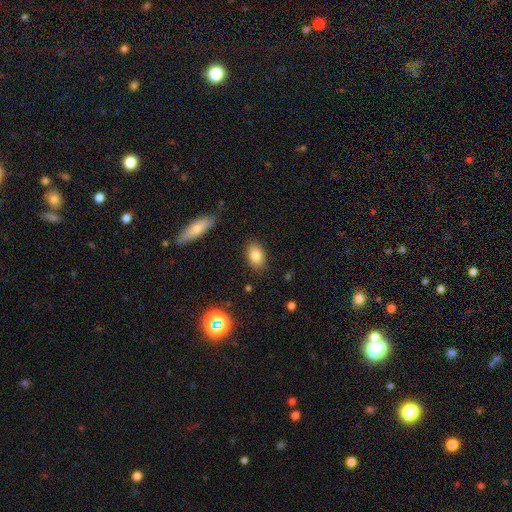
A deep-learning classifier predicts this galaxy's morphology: Q: Smooth or featured?
A: smooth (82%); runner-up: star or artifact (9%)
Q: How rounded?
A: in between (84%); runner-up: round (14%)
Q: Merging?
A: none (86%); runner-up: minor disturbance (10%)